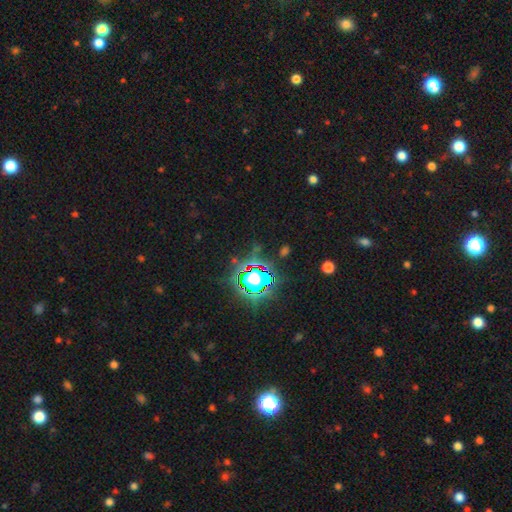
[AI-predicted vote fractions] Smooth or featured: star or artifact — 80% (smooth — 12%)